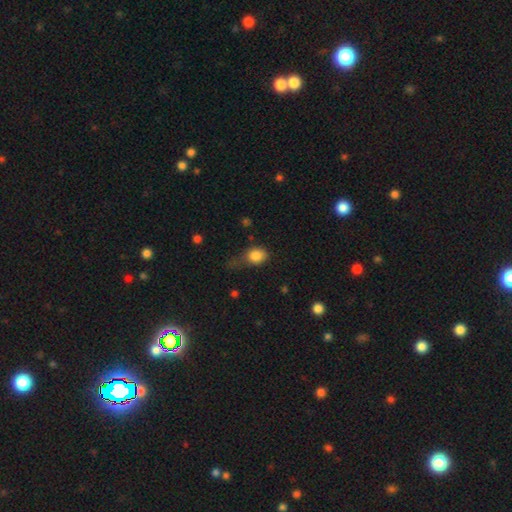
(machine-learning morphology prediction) A smooth galaxy with no disk features (83%) that is in between round and cigar-shaped (52%).

Vote fractions:
- Smooth or featured? smooth: 83% / star or artifact: 9% / featured or disk: 7%
- How rounded? in between: 52% / round: 46% / cigar-shaped: 2%
- Merging? none: 36% / minor disturbance: 33% / major disturbance: 26% / merger: 5%